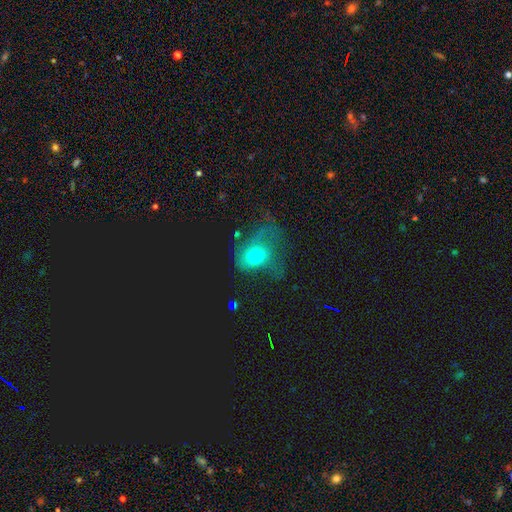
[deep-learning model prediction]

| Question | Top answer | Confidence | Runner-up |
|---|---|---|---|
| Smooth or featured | smooth | 55% | featured or disk (30%) |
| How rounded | in between | 62% | round (36%) |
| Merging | major disturbance | 52% | none (24%) |